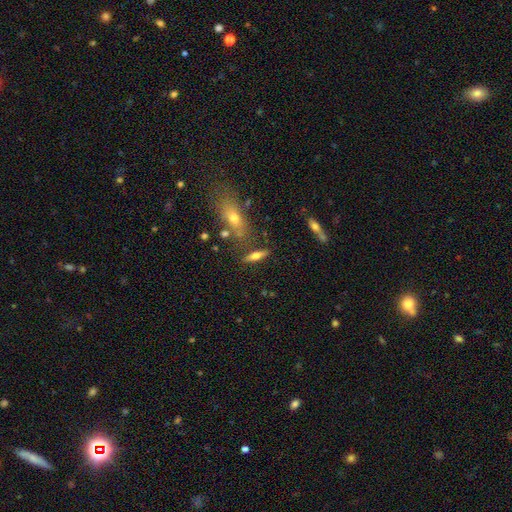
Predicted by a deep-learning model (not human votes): Smooth or featured?
  - smooth: 48% *
  - featured or disk: 43%
  - star or artifact: 9%
Merging?
  - none: 74% *
  - minor disturbance: 12%
  - merger: 9%
  - major disturbance: 4%